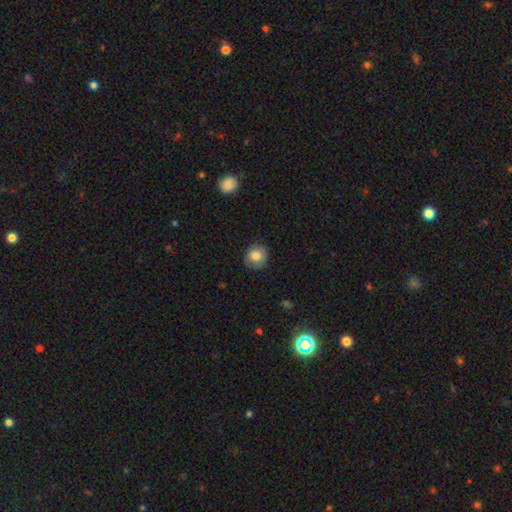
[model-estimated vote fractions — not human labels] Overall: smooth (80%). How rounded: round (85%). Merging: none (85%).